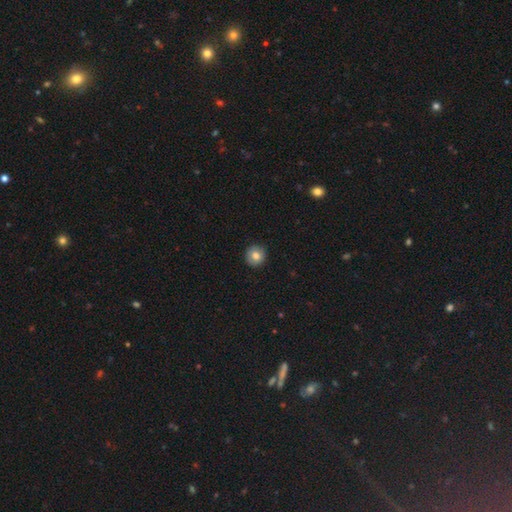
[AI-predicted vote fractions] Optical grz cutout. It shows a smooth galaxy with no disk features (81%) that is round (93%). Merging: none (92%).